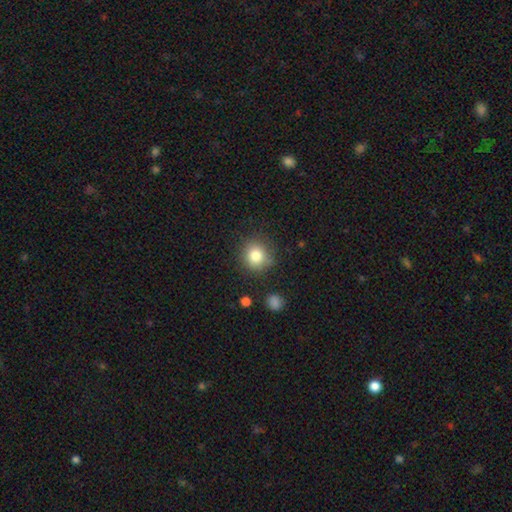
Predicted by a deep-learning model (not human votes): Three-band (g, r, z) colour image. It shows a smooth galaxy with no disk features (82%) that is round (89%). Merging: none (83%).